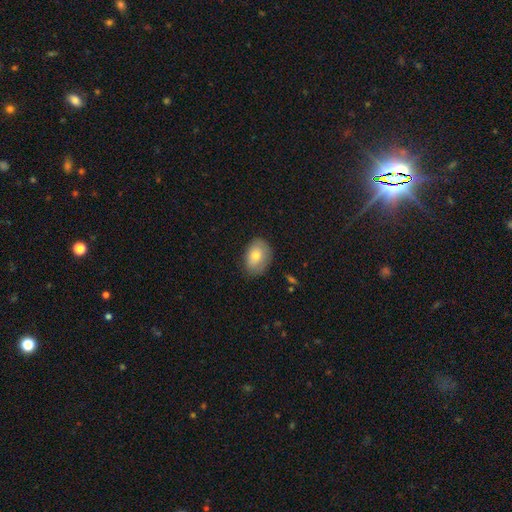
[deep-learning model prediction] The model was most divided on "merging": none: 76%, minor disturbance: 19%, major disturbance: 4%, merger: 1%. More confident: how rounded — in between (81%); smooth or featured — smooth (75%).